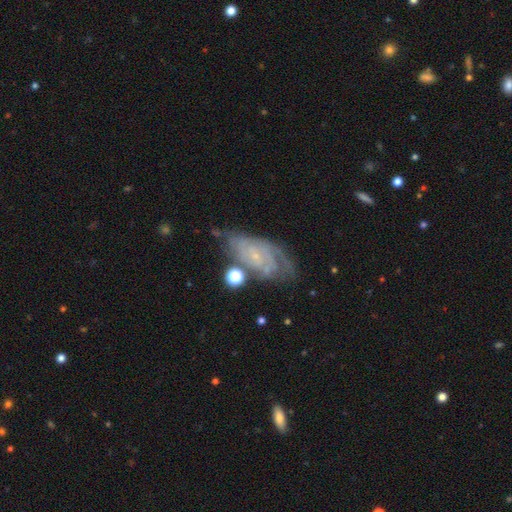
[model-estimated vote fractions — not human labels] Smooth or featured? Predicted: featured or disk (p=0.78). Edge-on disk? Predicted: no (p=0.95). Bar? Predicted: no (p=0.64). Spiral arms? Predicted: yes (p=0.93). Spiral winding? Predicted: tight (p=0.62). Spiral arm count? Predicted: can't tell (p=0.37). Bulge size? Predicted: small (p=0.77). Merging? Predicted: none (p=0.57).